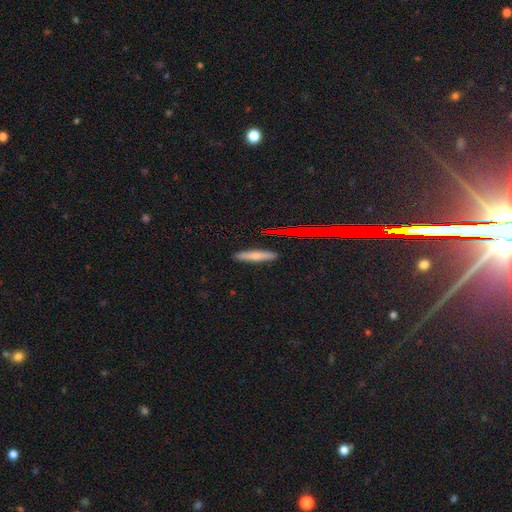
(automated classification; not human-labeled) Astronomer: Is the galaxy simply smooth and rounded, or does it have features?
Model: smooth — 63%.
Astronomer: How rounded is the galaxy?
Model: cigar-shaped — 85%.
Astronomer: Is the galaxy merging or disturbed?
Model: none — 89%.